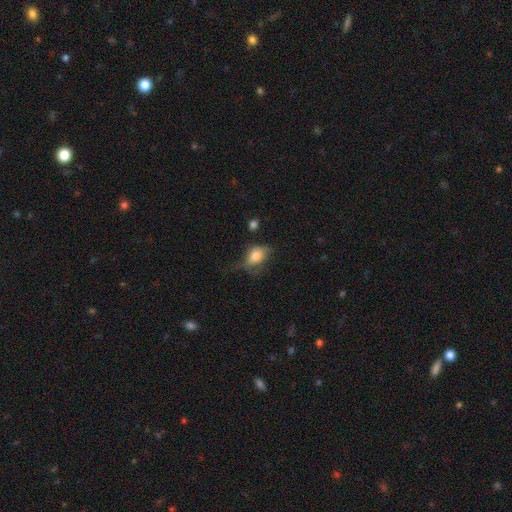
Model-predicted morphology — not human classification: Q: Smooth or featured?
A: smooth (73%); runner-up: featured or disk (17%)
Q: How rounded?
A: in between (78%); runner-up: round (19%)
Q: Merging?
A: none (33%); tied with: minor disturbance (33%)